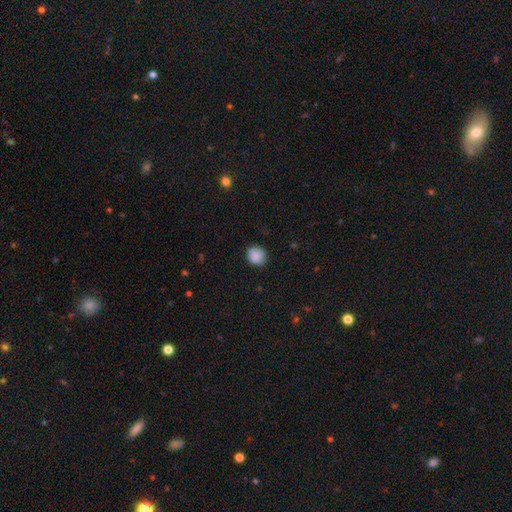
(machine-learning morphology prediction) Smooth or featured: smooth — 88% (star or artifact — 8%)
How rounded: round — 76% (in between — 23%)
Merging: none — 83% (minor disturbance — 13%)